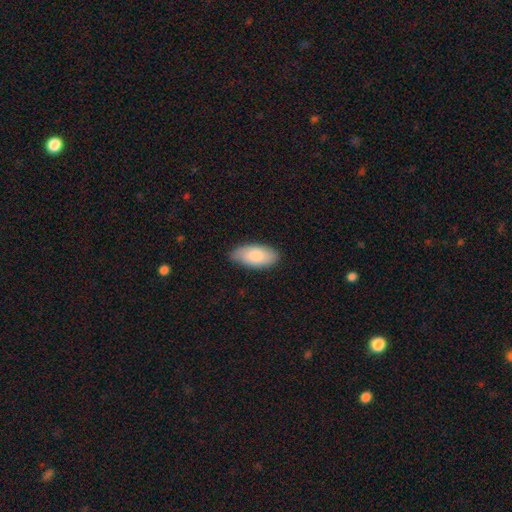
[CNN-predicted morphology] Smooth or featured: smooth — 82% (featured or disk — 13%)
How rounded: in between — 94% (cigar-shaped — 4%)
Merging: none — 80% (minor disturbance — 16%)